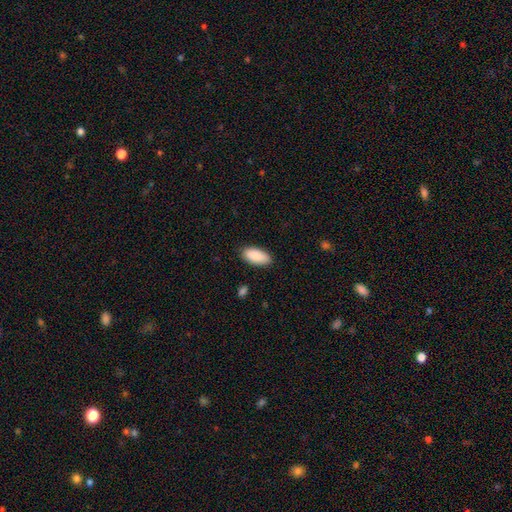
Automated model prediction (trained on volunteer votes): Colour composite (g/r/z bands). It shows a smooth galaxy with no disk features (89%) that is in between round and cigar-shaped (92%). Merging: none (85%).